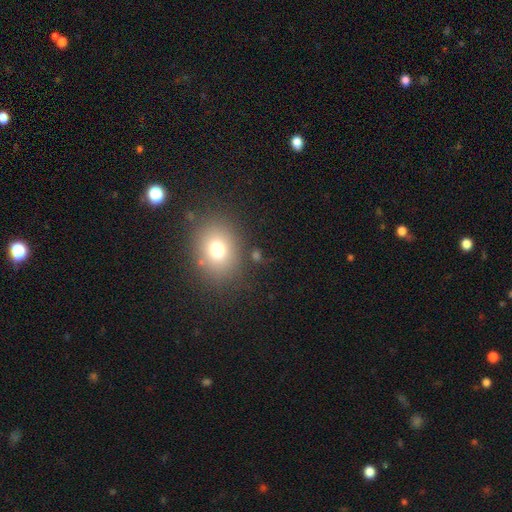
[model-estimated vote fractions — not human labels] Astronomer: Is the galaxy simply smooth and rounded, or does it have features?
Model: smooth — 70%.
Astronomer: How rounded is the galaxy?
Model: round — 54% (runner-up: in between, 45%).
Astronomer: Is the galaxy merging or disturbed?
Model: none — 82%.